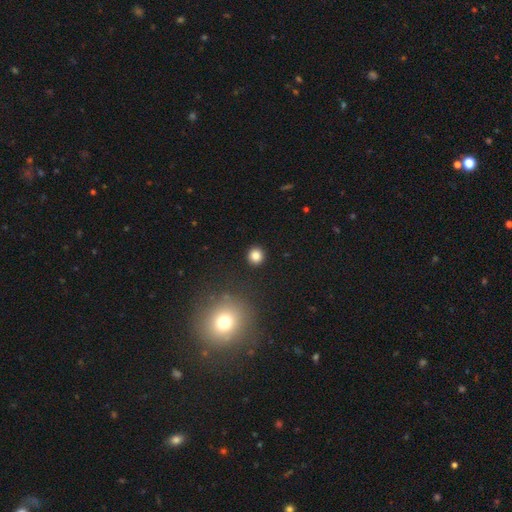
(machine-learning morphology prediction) Smooth or featured? Predicted: smooth (p=0.83). How rounded? Predicted: round (p=0.92). Merging? Predicted: none (p=0.91).